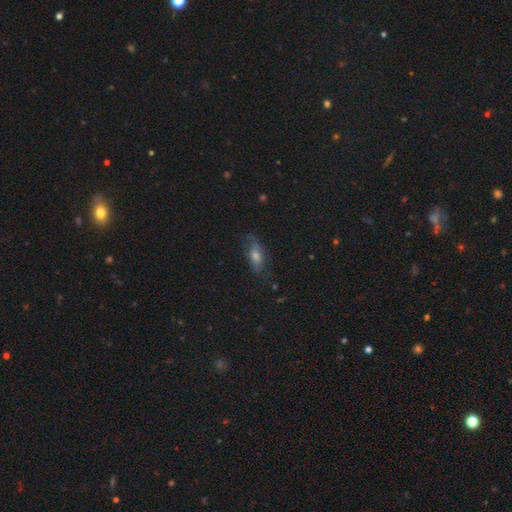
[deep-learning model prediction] Q: Smooth or featured?
A: smooth (42%); tied with: featured or disk (42%)
Q: Merging?
A: none (65%); runner-up: minor disturbance (22%)